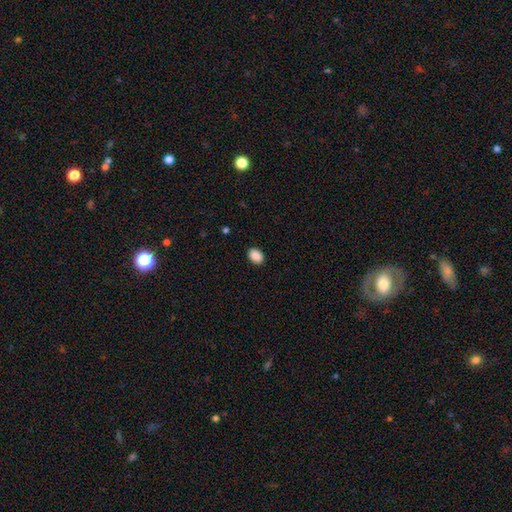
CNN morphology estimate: Q: Smooth or featured?
A: smooth (90%); runner-up: star or artifact (8%)
Q: How rounded?
A: in between (74%); runner-up: round (25%)
Q: Merging?
A: none (90%); runner-up: minor disturbance (7%)